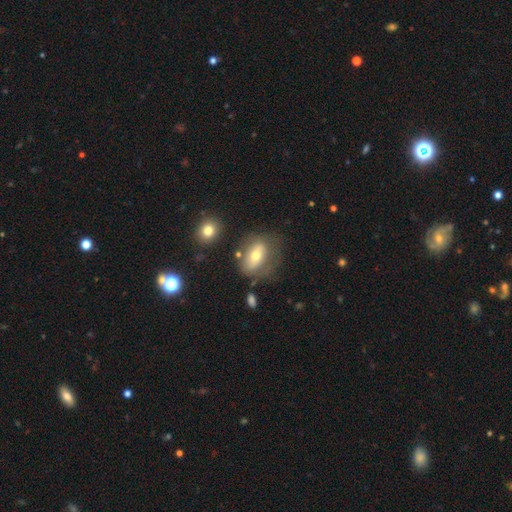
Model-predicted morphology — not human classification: Smooth or featured? Predicted: smooth (p=0.55). How rounded? Predicted: in between (p=0.78). Merging? Predicted: none (p=0.57).